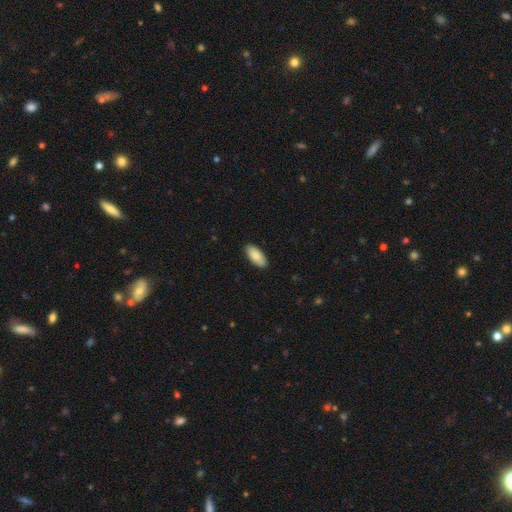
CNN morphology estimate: Smooth or featured? Predicted: smooth (p=0.86). How rounded? Predicted: in between (p=0.90). Merging? Predicted: none (p=0.89).